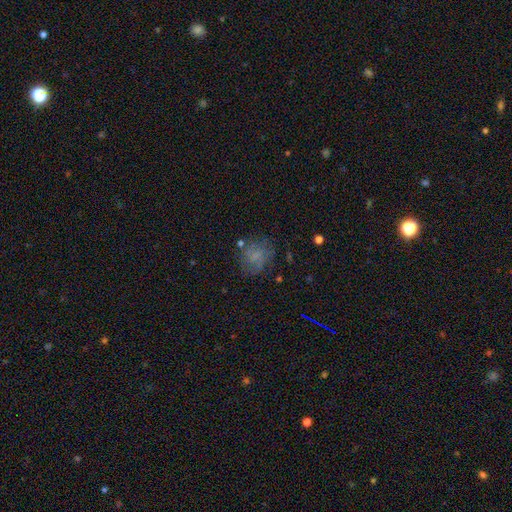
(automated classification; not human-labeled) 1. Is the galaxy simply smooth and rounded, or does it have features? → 58% smooth, 28% featured or disk, 14% star or artifact.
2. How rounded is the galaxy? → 68% round, 31% in between, 1% cigar-shaped.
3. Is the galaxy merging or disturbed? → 64% none, 20% minor disturbance, 12% major disturbance, 3% merger.